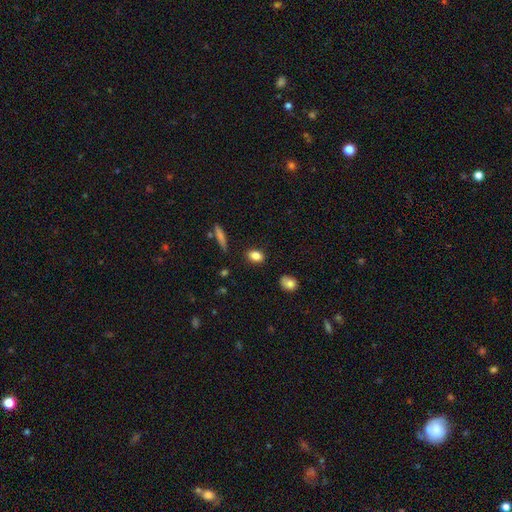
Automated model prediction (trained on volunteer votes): The model was most divided on "how rounded": in between: 78%, round: 17%, cigar-shaped: 5%. More confident: merging — none (86%); smooth or featured — smooth (84%).